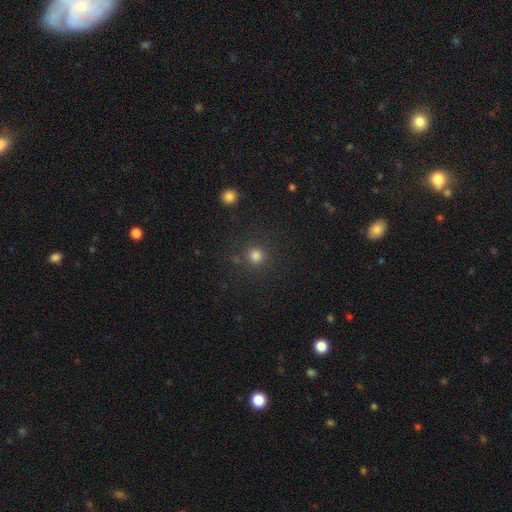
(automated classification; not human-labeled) This is clearly a smooth galaxy (82%). How rounded: clearly round (93%). Merging: clearly none (84%).